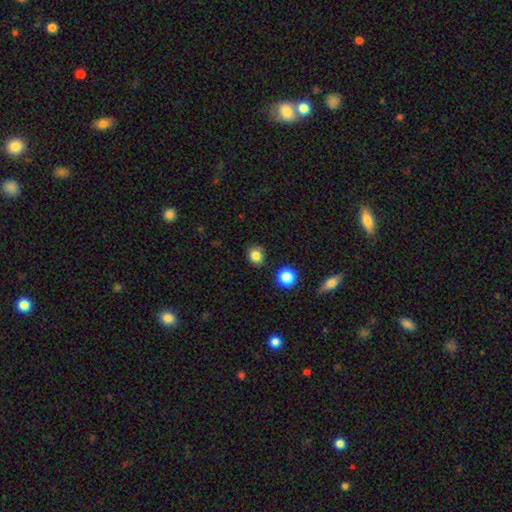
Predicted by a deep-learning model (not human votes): Smooth or featured?
  - smooth: 83% *
  - star or artifact: 13%
  - featured or disk: 5%
How rounded?
  - round: 81% *
  - in between: 18%
  - cigar-shaped: 1%
Merging?
  - none: 84% *
  - minor disturbance: 11%
  - merger: 3%
  - major disturbance: 3%